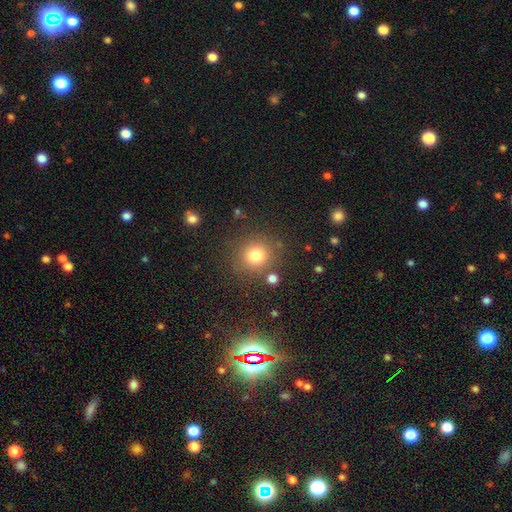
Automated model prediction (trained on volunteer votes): Smooth or featured: smooth — 78% (star or artifact — 14%)
How rounded: round — 90% (in between — 9%)
Merging: none — 82% (minor disturbance — 9%)